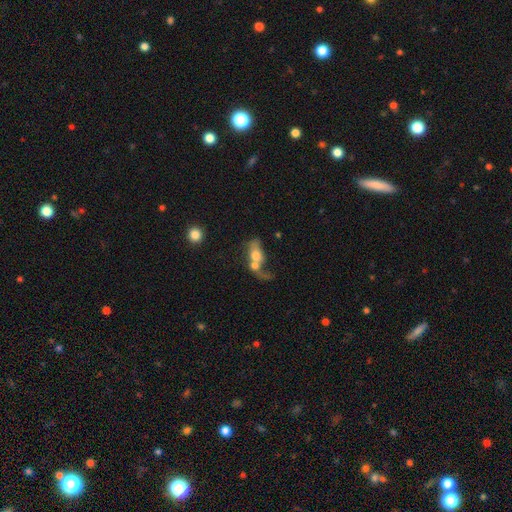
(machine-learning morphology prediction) Q: Smooth or featured?
A: smooth (54%); runner-up: featured or disk (35%)
Q: How rounded?
A: in between (66%); runner-up: round (27%)
Q: Merging?
A: merger (64%); runner-up: major disturbance (19%)